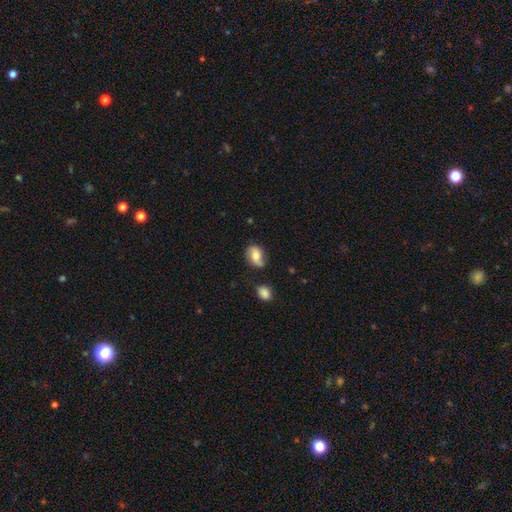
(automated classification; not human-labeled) Smooth or featured?
  - smooth: 55% *
  - featured or disk: 36%
  - star or artifact: 9%
How rounded?
  - in between: 76% *
  - round: 22%
  - cigar-shaped: 2%
Merging?
  - none: 60% *
  - minor disturbance: 28%
  - major disturbance: 8%
  - merger: 4%